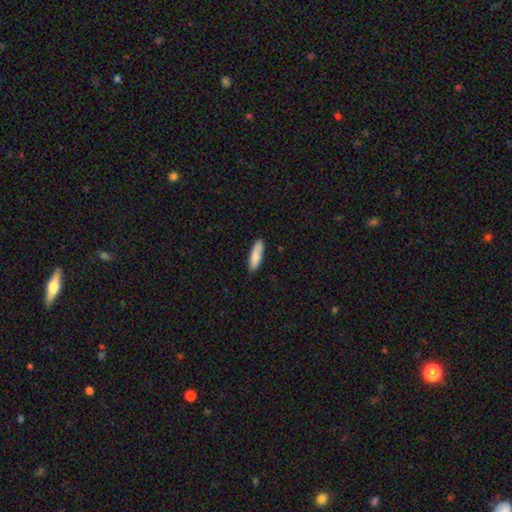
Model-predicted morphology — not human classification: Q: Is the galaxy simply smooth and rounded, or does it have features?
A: smooth — 85%.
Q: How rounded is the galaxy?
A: cigar-shaped — 51%.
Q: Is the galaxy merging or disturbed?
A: none — 84%.